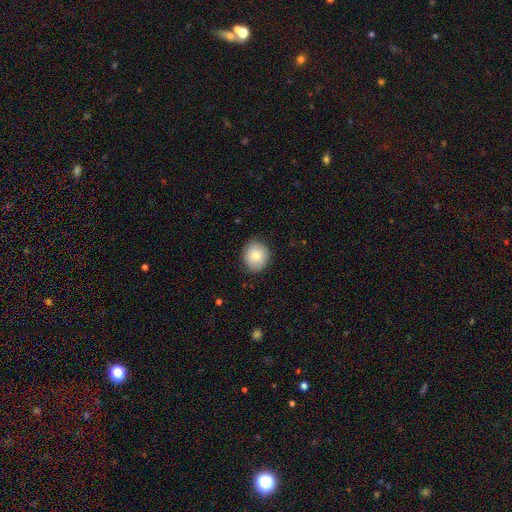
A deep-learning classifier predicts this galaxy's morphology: A smooth galaxy with no disk features (81%) that is round (72%). Merging: none (84%).